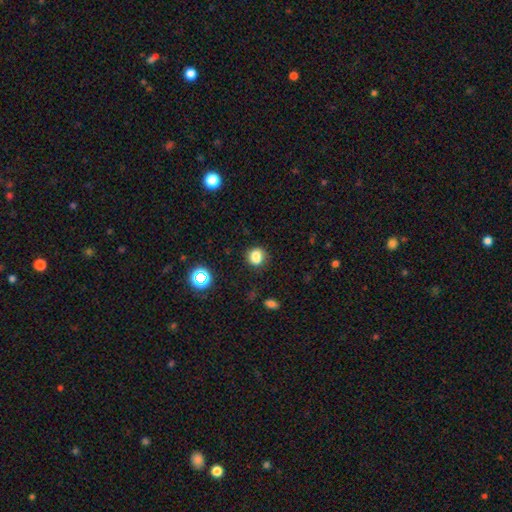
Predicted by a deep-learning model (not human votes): Smooth or featured: smooth — 79% (star or artifact — 14%)
How rounded: round — 74% (in between — 25%)
Merging: none — 75% (minor disturbance — 15%)